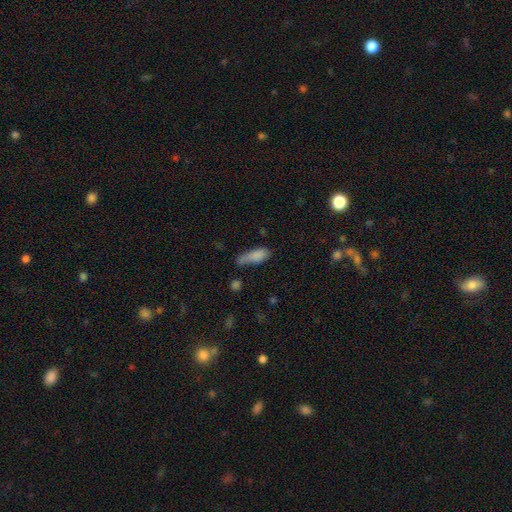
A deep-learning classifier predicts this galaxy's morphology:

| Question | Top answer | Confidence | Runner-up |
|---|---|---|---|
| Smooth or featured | smooth | 80% | featured or disk (11%) |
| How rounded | in between | 65% | cigar-shaped (31%) |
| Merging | none | 36% | minor disturbance (33%) |